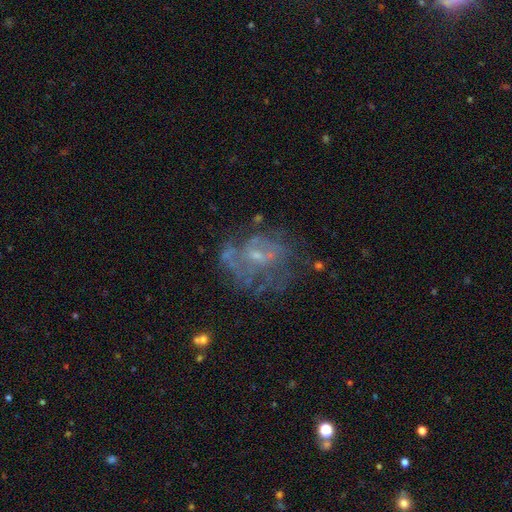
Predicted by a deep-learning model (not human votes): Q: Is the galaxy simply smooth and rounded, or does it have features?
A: featured or disk — 68%.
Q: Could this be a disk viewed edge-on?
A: no — 97%.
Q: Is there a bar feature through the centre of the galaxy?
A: no — 61%.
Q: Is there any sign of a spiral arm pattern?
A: no — 54%.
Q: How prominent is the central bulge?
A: small — 60%.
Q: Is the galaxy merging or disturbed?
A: none — 49%.